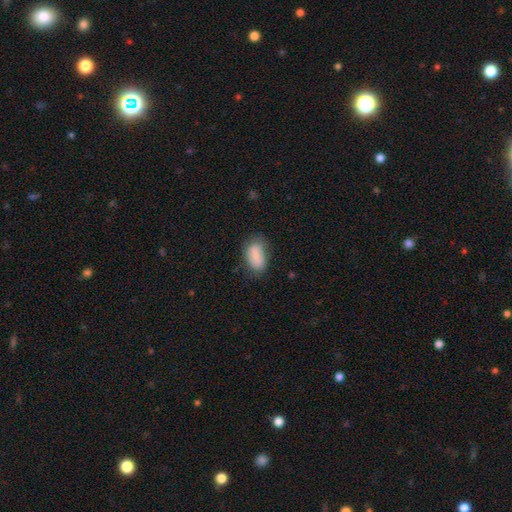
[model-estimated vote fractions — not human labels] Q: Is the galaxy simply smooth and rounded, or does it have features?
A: smooth — 75%.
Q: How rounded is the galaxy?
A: in between — 91%.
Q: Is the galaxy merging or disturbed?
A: none — 66%.